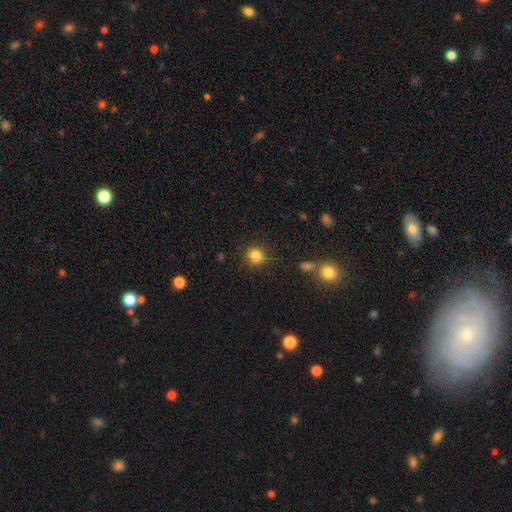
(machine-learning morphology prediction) This appears to be a smooth galaxy with no disk features (84%) that is round (88%). Merging: none (88%).